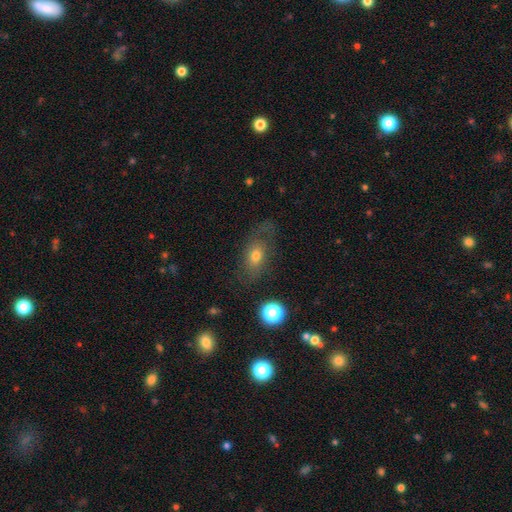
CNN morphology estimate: The model was most divided on "smooth or featured": smooth: 62%, featured or disk: 26%, star or artifact: 12%. More confident: how rounded — in between (78%); merging — none (58%).